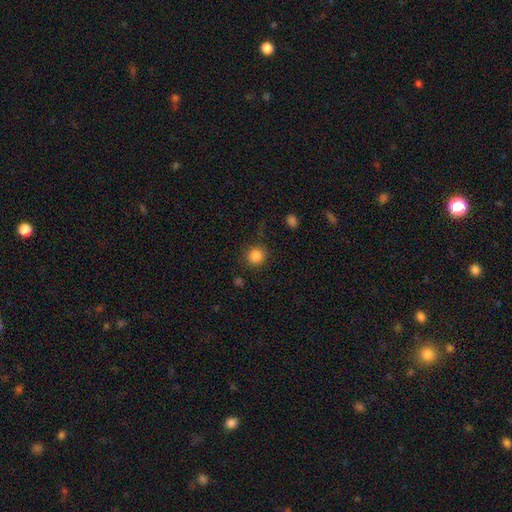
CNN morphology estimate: The model was most divided on "smooth or featured": smooth: 85%, star or artifact: 11%, featured or disk: 5%. More confident: how rounded — round (90%); merging — none (84%).